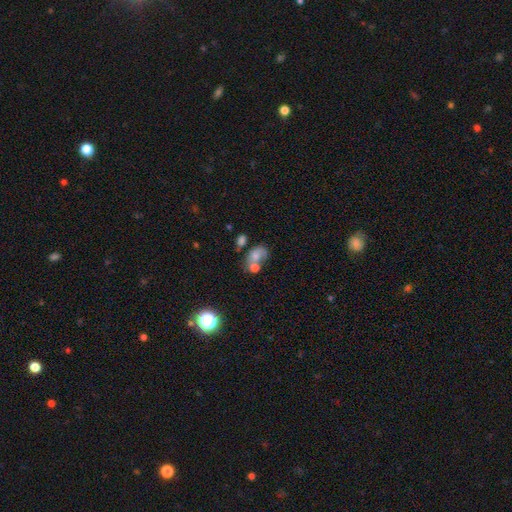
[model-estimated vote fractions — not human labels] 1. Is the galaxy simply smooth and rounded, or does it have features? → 66% smooth, 21% featured or disk, 13% star or artifact.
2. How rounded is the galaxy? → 72% in between, 27% round, 1% cigar-shaped.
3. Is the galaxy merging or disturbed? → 46% merger, 26% none, 15% minor disturbance, 13% major disturbance.